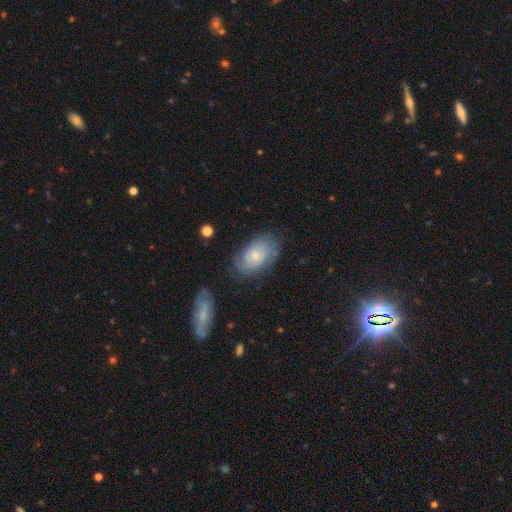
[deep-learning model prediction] Smooth or featured? Predicted: featured or disk (p=0.48). Merging? Predicted: none (p=0.68).